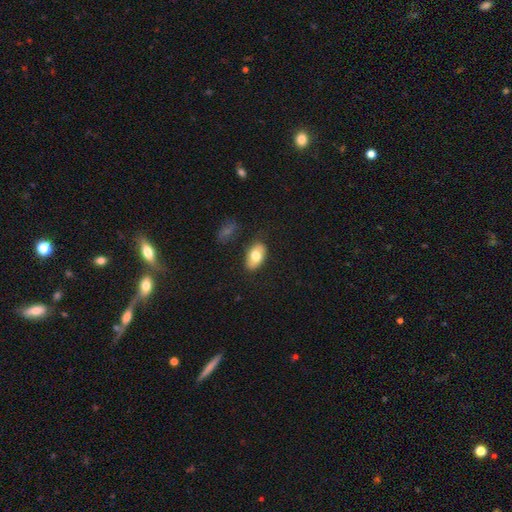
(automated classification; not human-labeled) smooth-or-featured: smooth: 70% | featured or disk: 23% | star or artifact: 7%
  how-rounded: in between: 92% | round: 6% | cigar-shaped: 2%
  merging: none: 80% | minor disturbance: 14% | major disturbance: 3% | merger: 2%